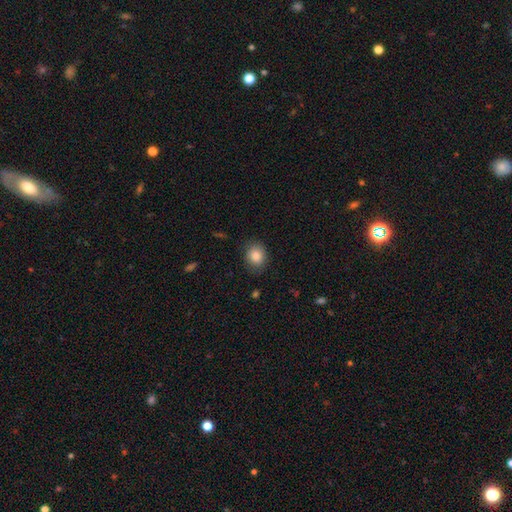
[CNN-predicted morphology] Smooth or featured?
  - smooth: 86% *
  - star or artifact: 8%
  - featured or disk: 6%
How rounded?
  - round: 67% *
  - in between: 33%
  - cigar-shaped: 1%
Merging?
  - none: 83% *
  - minor disturbance: 13%
  - major disturbance: 3%
  - merger: 1%